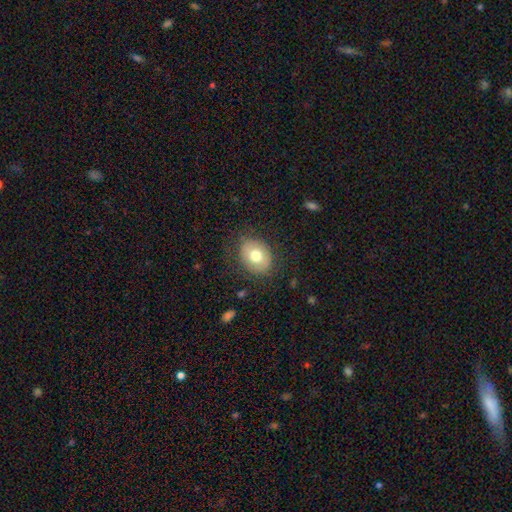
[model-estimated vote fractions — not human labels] Smooth or featured: smooth — 72% (featured or disk — 20%)
How rounded: in between — 54% (round — 45%)
Merging: none — 81% (minor disturbance — 13%)